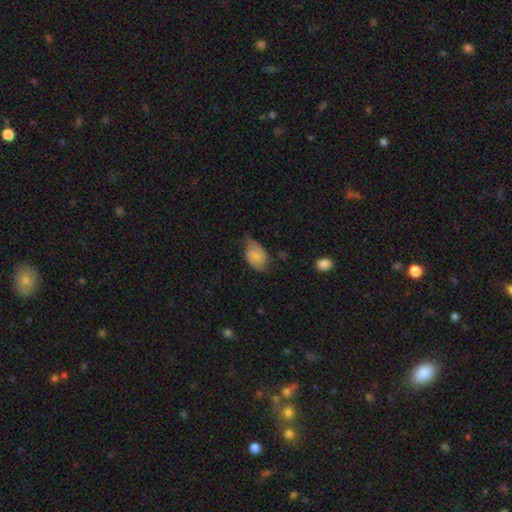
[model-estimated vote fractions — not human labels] A smooth galaxy with no disk features (56%) that is in between round and cigar-shaped (84%).

Vote fractions:
- Smooth or featured? smooth: 56% / featured or disk: 36% / star or artifact: 8%
- How rounded? in between: 84% / round: 14% / cigar-shaped: 2%
- Merging? none: 46% / minor disturbance: 37% / major disturbance: 14% / merger: 2%